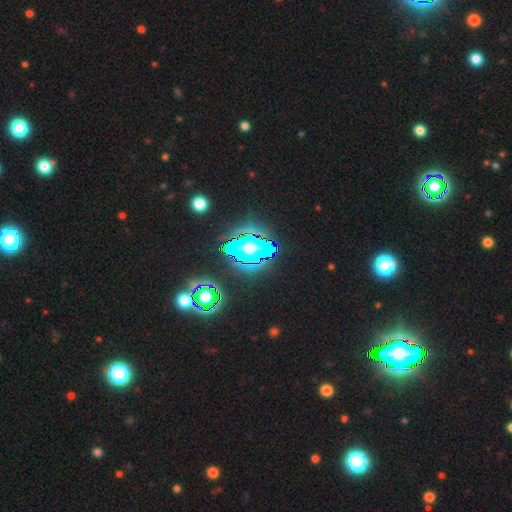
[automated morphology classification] Smooth or featured: star or artifact — 70% (smooth — 16%)